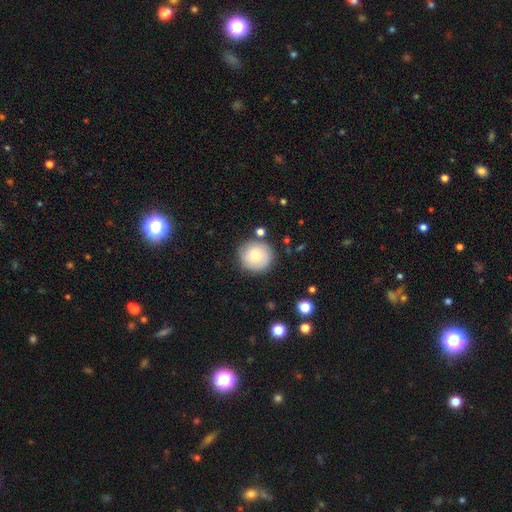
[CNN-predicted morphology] Smooth or featured? Predicted: smooth (p=0.76). How rounded? Predicted: round (p=0.94). Merging? Predicted: none (p=0.81).